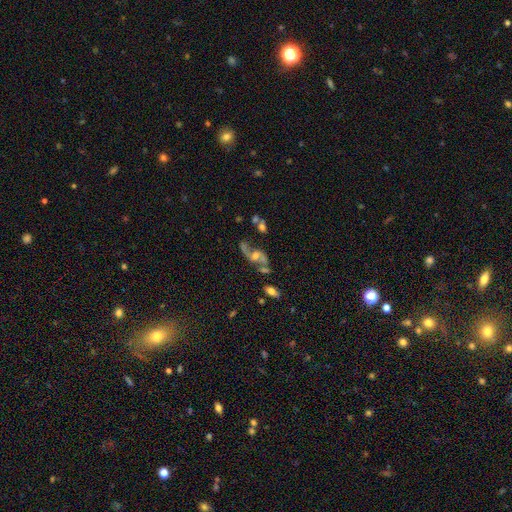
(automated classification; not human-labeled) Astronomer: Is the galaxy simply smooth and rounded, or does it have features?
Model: featured or disk — 80%.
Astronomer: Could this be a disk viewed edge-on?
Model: no — 94%.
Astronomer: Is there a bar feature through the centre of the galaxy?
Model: no — 62%.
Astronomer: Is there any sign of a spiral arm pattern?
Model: yes — 89%.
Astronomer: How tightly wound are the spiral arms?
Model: loose — 74%.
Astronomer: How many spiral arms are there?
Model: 2 — 86%.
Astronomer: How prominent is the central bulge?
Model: moderate — 54%.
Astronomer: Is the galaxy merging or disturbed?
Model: none — 45% (runner-up: merger, 22%).